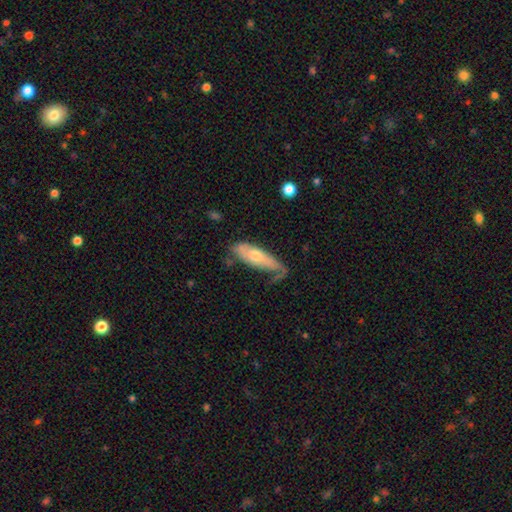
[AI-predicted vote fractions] A smooth galaxy with no disk features (50%) that is in between round and cigar-shaped (55%). Merging: none (40%).